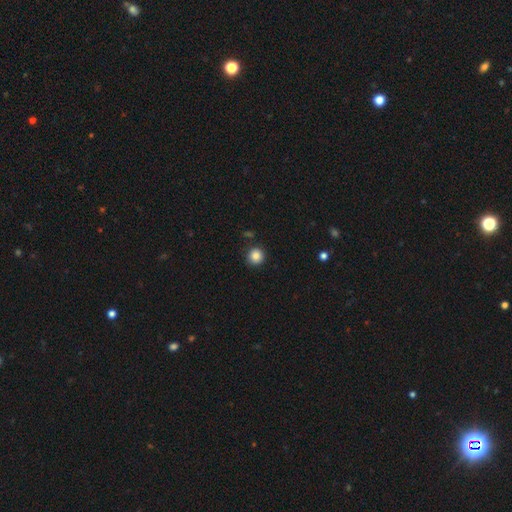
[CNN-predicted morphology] This is clearly a smooth galaxy (85%). How rounded: clearly round (94%). Merging: clearly none (89%).